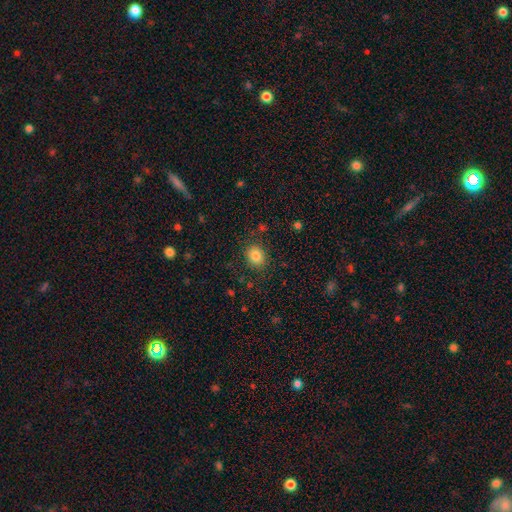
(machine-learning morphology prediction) Overall: smooth (84%). How rounded: round (61%; in between 38%). Merging: none (86%).